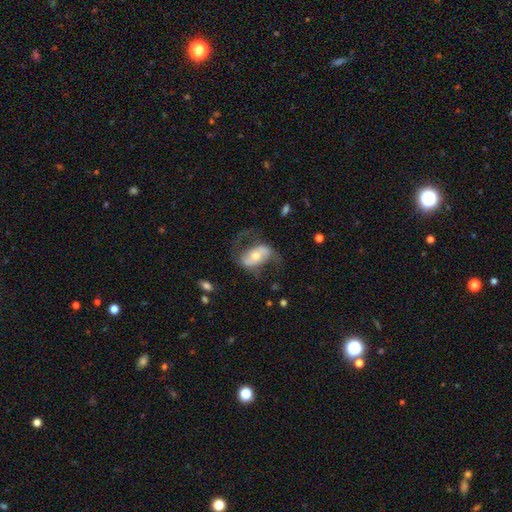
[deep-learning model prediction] Morphology: type=featured or disk (72%); edge-on=no (94%); bar=no (42%); spiral arms=yes (86%); winding=loose (52%); arm count=2 (87%); bulge=moderate (57%); merging=none (56%).